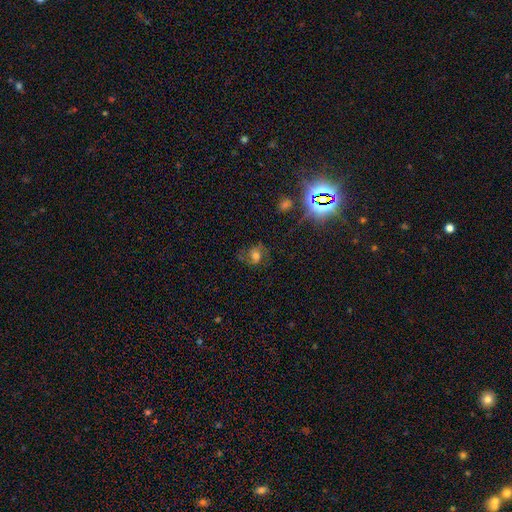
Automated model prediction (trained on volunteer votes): This is marginally a featured or disk galaxy (41%). Merging: likely none (64%).